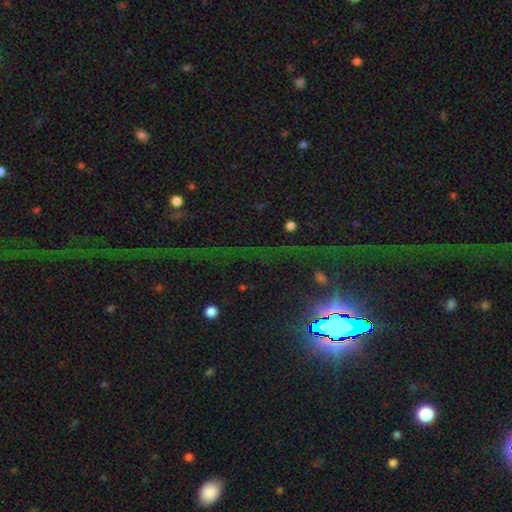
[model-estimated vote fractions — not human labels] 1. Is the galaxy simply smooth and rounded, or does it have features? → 82% star or artifact, 10% featured or disk, 8% smooth.